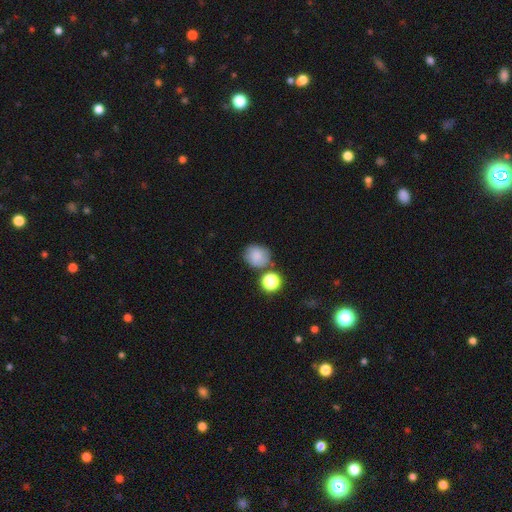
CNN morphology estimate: Smooth or featured?
  - smooth: 78% *
  - star or artifact: 12%
  - featured or disk: 10%
How rounded?
  - round: 70% *
  - in between: 29%
  - cigar-shaped: 1%
Merging?
  - none: 64% *
  - minor disturbance: 17%
  - merger: 13%
  - major disturbance: 5%